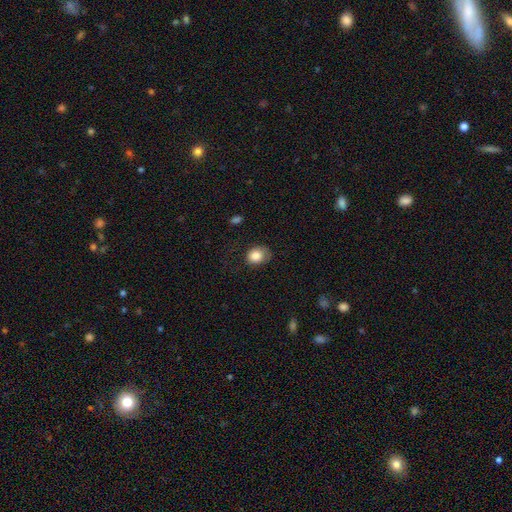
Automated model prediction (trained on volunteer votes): A smooth galaxy with no disk features (82%) that is round (53%). Merging: none (58%).